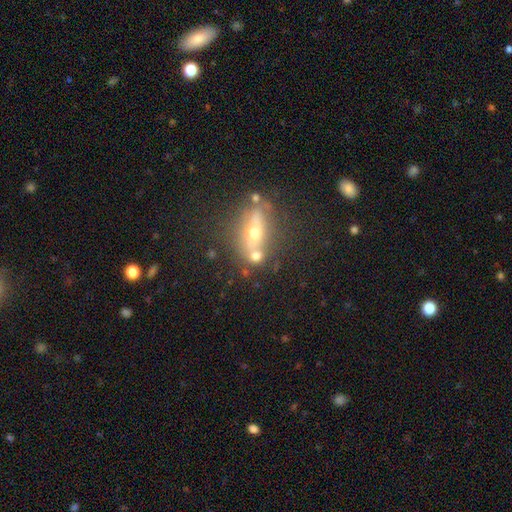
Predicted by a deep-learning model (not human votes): Smooth or featured: smooth — 48% (featured or disk — 35%)
Merging: none — 56% (merger — 24%)